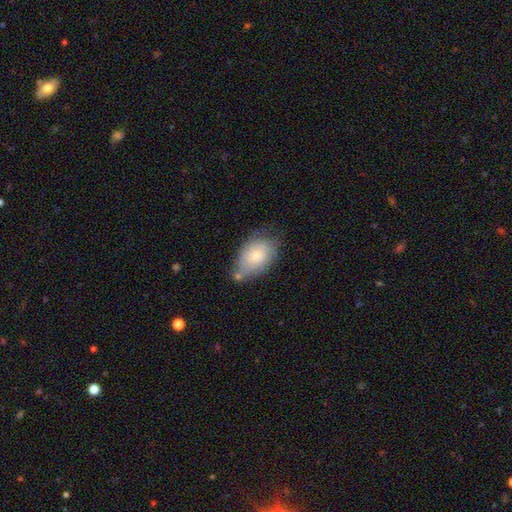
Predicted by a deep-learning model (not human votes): smooth 65%, featured or disk 28%, star or artifact 7%. Down the decision tree: how rounded — in between (85%); merging — none (53%).